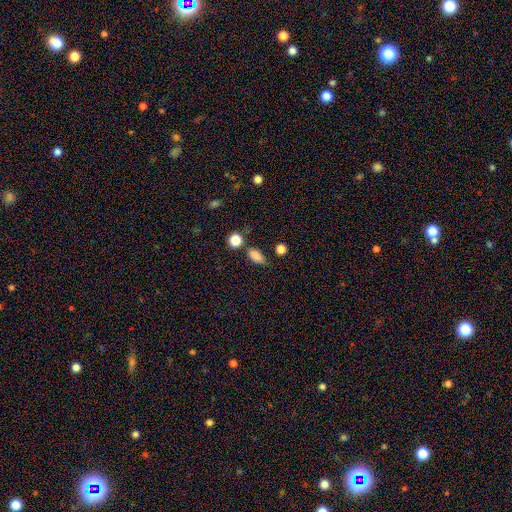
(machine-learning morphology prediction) This appears to be a smooth galaxy with no disk features (83%) that is in between round and cigar-shaped (82%). Merging: none (65%).